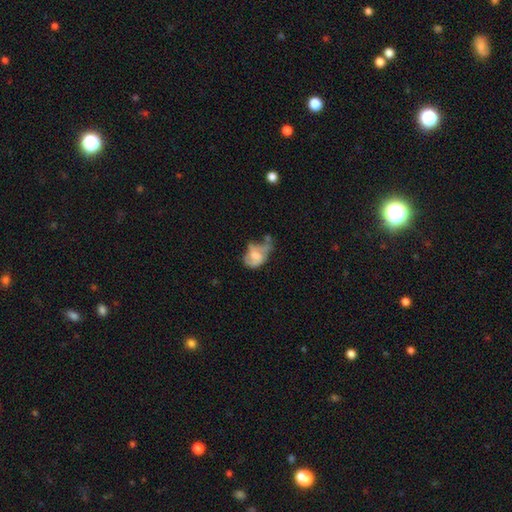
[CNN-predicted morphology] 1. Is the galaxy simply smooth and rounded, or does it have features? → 49% smooth, 41% featured or disk, 10% star or artifact.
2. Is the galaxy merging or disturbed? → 38% major disturbance, 25% minor disturbance, 19% none, 18% merger.